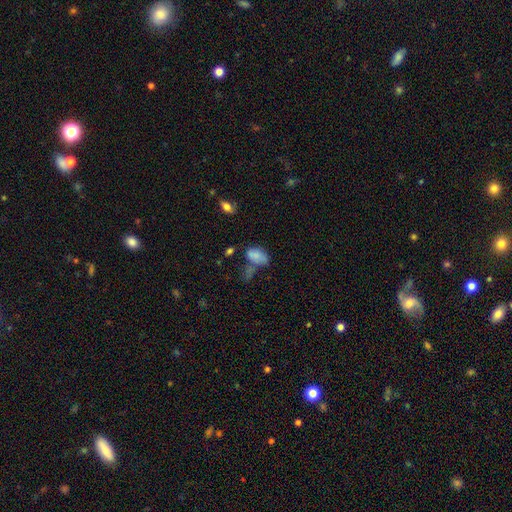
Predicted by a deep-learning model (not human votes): This is likely a smooth galaxy (78%). How rounded: clearly in between (91%). Merging: marginally none (33%).